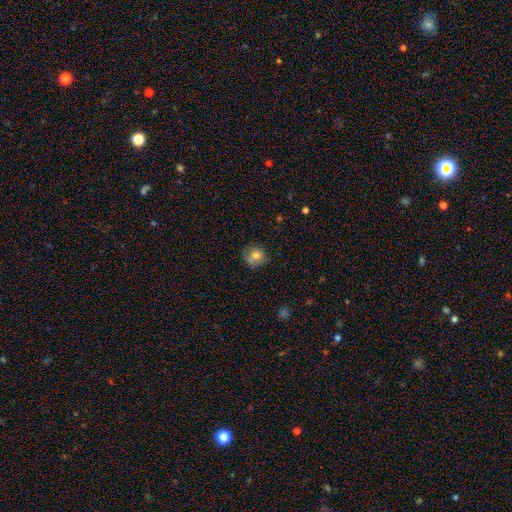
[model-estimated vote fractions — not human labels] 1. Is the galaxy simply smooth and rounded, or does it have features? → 75% smooth, 14% featured or disk, 11% star or artifact.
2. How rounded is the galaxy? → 84% round, 15% in between, 1% cigar-shaped.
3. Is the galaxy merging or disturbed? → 62% none, 23% minor disturbance, 8% merger, 7% major disturbance.